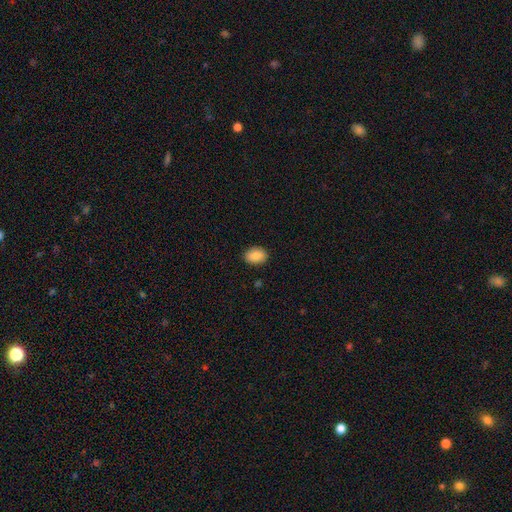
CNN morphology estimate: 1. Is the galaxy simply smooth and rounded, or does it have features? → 87% smooth, 7% star or artifact, 6% featured or disk.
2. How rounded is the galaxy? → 79% in between, 20% round, 1% cigar-shaped.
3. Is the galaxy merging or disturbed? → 89% none, 8% minor disturbance, 2% major disturbance, 1% merger.